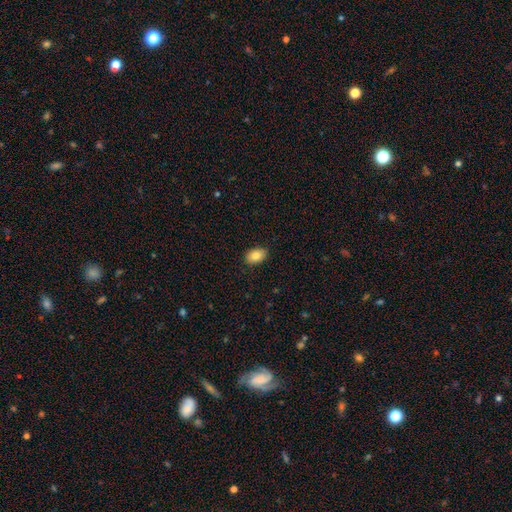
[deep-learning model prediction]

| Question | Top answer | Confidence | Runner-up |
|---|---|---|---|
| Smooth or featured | smooth | 84% | featured or disk (8%) |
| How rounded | in between | 87% | round (12%) |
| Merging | none | 88% | minor disturbance (10%) |